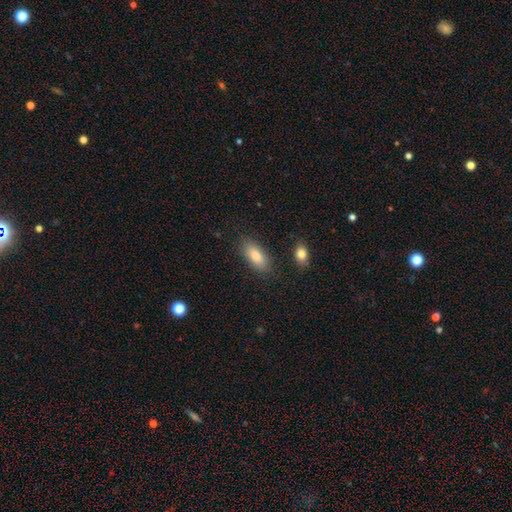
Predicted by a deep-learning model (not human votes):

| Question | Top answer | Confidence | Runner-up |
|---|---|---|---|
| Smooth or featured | smooth | 82% | featured or disk (10%) |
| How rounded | in between | 84% | cigar-shaped (13%) |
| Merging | none | 84% | minor disturbance (11%) |